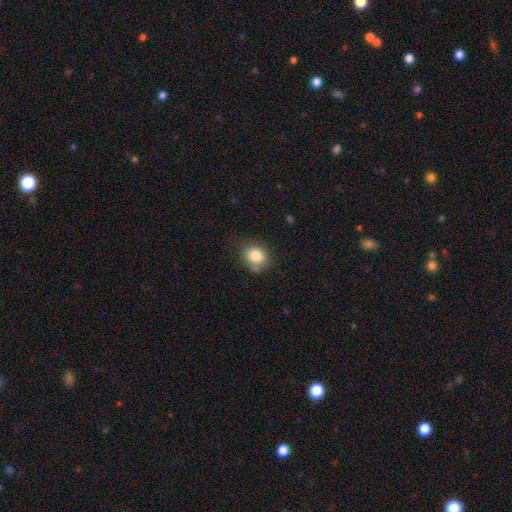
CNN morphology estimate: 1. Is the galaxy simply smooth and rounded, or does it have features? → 83% smooth, 10% star or artifact, 7% featured or disk.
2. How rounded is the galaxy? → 71% round, 28% in between, 1% cigar-shaped.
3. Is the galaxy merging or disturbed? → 67% none, 22% minor disturbance, 6% major disturbance, 4% merger.